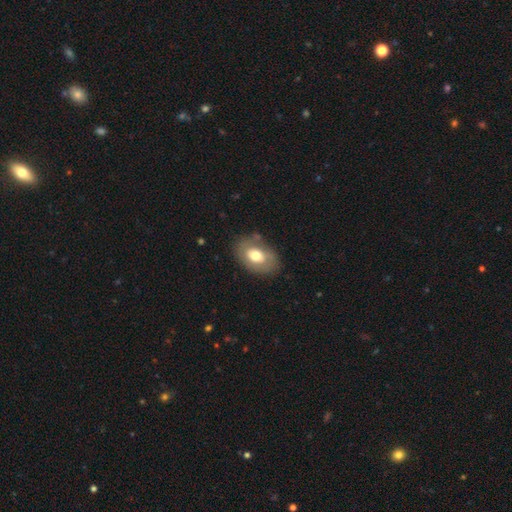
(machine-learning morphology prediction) smooth-or-featured: smooth: 62% | featured or disk: 31% | star or artifact: 7%
  how-rounded: in between: 83% | round: 16% | cigar-shaped: 1%
  merging: none: 75% | minor disturbance: 17% | major disturbance: 5% | merger: 2%